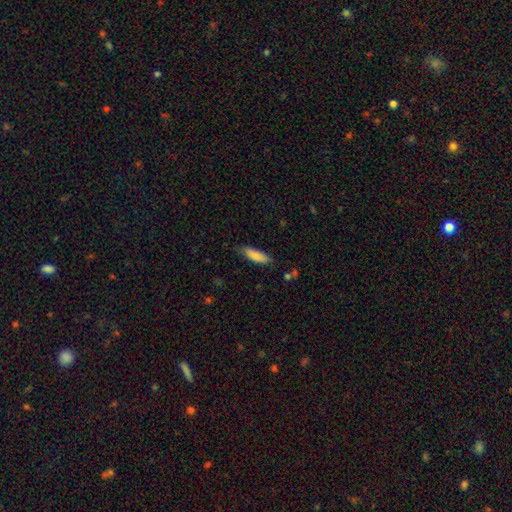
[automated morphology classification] smooth 85%, featured or disk 10%, star or artifact 6%. Down the decision tree: how rounded — cigar-shaped (51%); merging — none (77%).